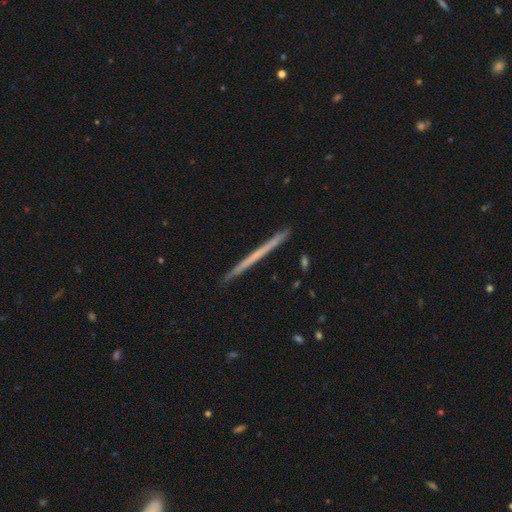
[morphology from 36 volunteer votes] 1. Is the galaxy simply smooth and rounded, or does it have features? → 56% featured or disk, 42% smooth, 3% star or artifact.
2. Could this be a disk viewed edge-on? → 100% yes, 0% no.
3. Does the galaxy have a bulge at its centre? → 100% none, 0% boxy, 0% rounded.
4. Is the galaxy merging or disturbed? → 94% none, 6% minor disturbance, 0% major disturbance, 0% merger.